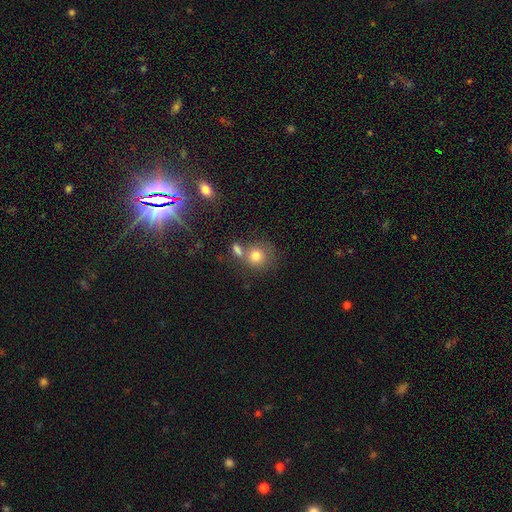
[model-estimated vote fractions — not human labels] Overall: smooth (78%). How rounded: round (84%). Merging: none (50%; merger 32%).